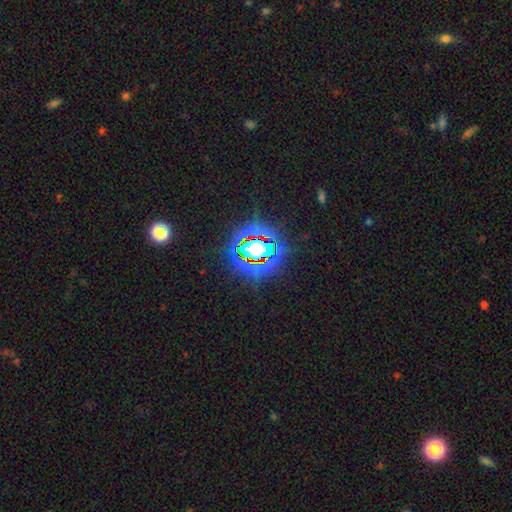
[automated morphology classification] This is likely a star or artifact rather than a galaxy (80%).